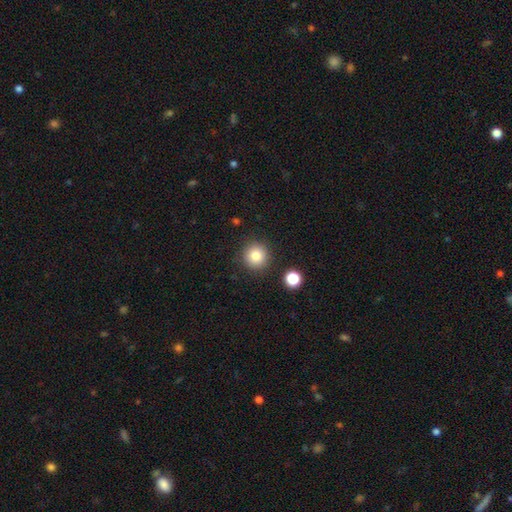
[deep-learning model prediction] smooth 82%, star or artifact 11%, featured or disk 7%. Down the decision tree: how rounded — round (95%); merging — none (88%).